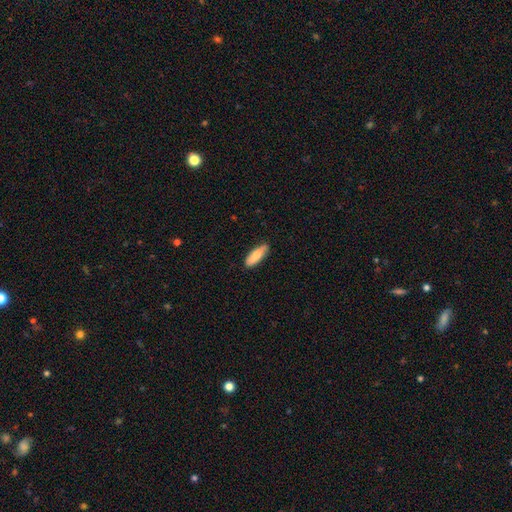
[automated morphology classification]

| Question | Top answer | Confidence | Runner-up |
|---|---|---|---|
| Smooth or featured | smooth | 79% | featured or disk (16%) |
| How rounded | in between | 53% | cigar-shaped (45%) |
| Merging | none | 84% | minor disturbance (13%) |